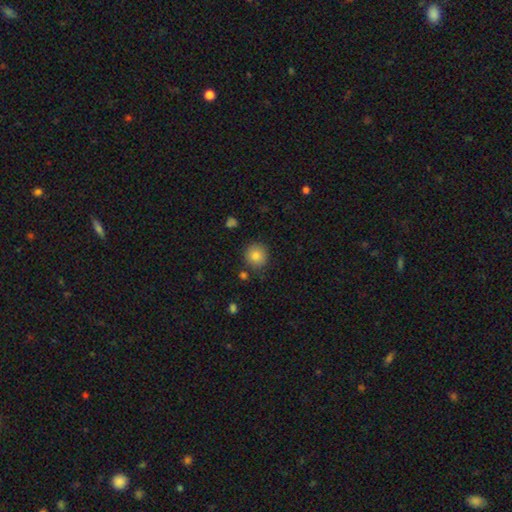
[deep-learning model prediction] Q: Smooth or featured?
A: smooth (83%); runner-up: star or artifact (10%)
Q: How rounded?
A: round (91%); runner-up: in between (8%)
Q: Merging?
A: none (84%); runner-up: minor disturbance (10%)